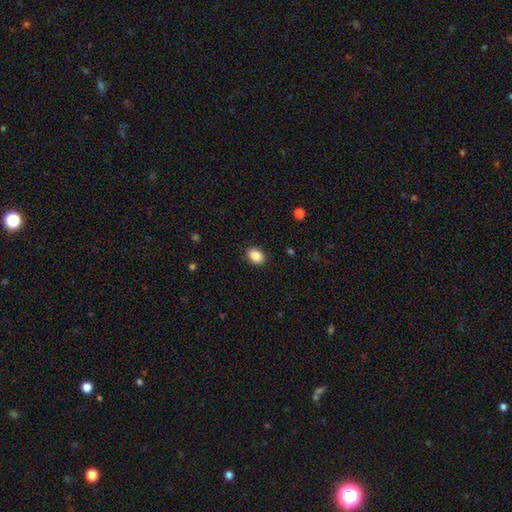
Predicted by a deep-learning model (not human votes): The model was most divided on "how rounded": in between: 65%, round: 34%, cigar-shaped: 1%. More confident: merging — none (90%); smooth or featured — smooth (88%).